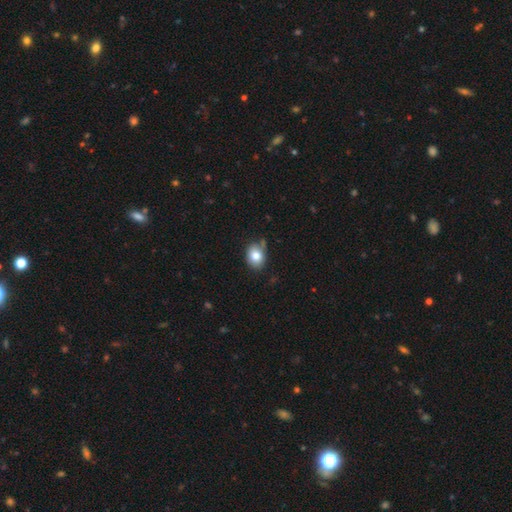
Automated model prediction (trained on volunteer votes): Smooth or featured: smooth — 81% (featured or disk — 10%)
How rounded: in between — 59% (round — 40%)
Merging: none — 70% (minor disturbance — 21%)